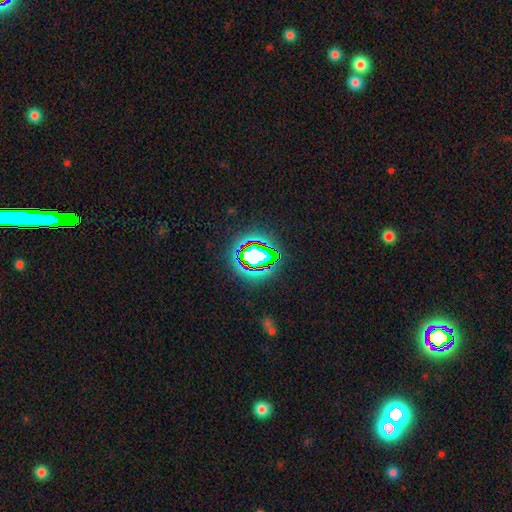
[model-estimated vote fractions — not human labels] This is likely a star or artifact rather than a galaxy (67%).